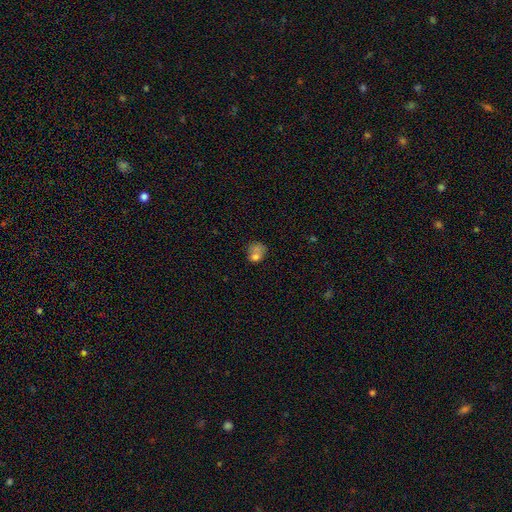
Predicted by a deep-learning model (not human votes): Smooth or featured? smooth (70%)
How rounded? round (54%)
Merging? none (32%)